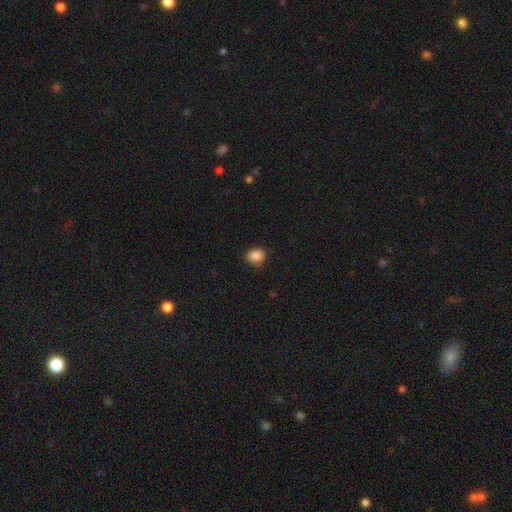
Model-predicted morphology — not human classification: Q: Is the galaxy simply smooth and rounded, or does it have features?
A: smooth — 87%.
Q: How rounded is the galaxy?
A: in between — 58%.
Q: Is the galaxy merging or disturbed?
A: none — 81%.